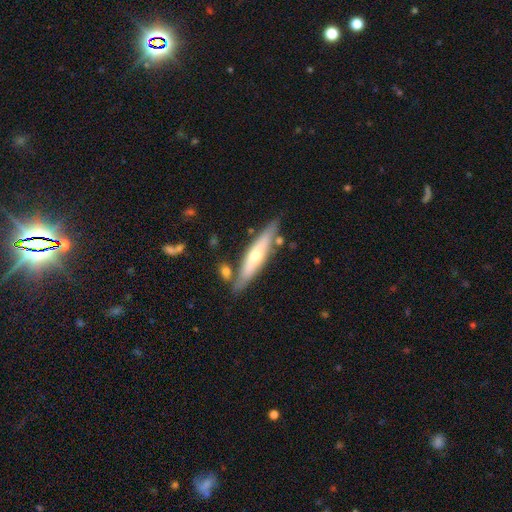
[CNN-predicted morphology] Smooth or featured?
  - featured or disk: 51% *
  - smooth: 44%
  - star or artifact: 5%
Edge-on disk?
  - yes: 84% *
  - no: 16%
Merging?
  - none: 77% *
  - minor disturbance: 13%
  - merger: 7%
  - major disturbance: 3%